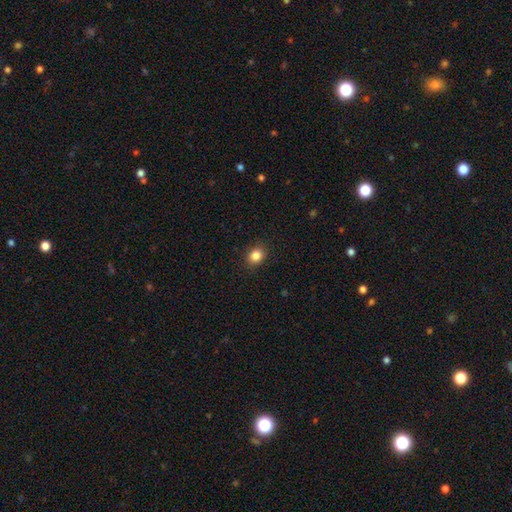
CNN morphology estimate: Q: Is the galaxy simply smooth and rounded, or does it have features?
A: smooth — 85%.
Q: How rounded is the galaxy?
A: round — 62%.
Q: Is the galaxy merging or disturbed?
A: none — 90%.